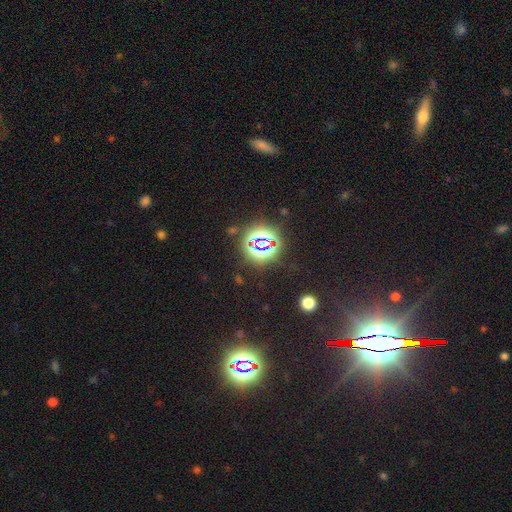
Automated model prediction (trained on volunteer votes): smooth_or_featured: star or artifact (p=0.81) [alt: smooth p=0.10]